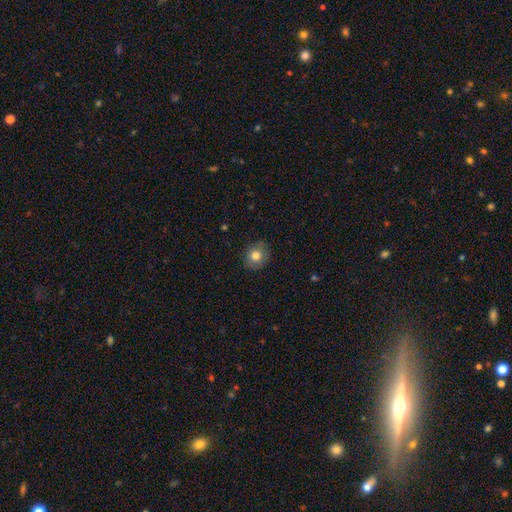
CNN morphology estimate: smooth_or_featured: smooth (p=0.80) [alt: featured or disk p=0.11]
how_rounded: round (p=0.74) [alt: in between p=0.25]
merging: none (p=0.86) [alt: minor disturbance p=0.11]